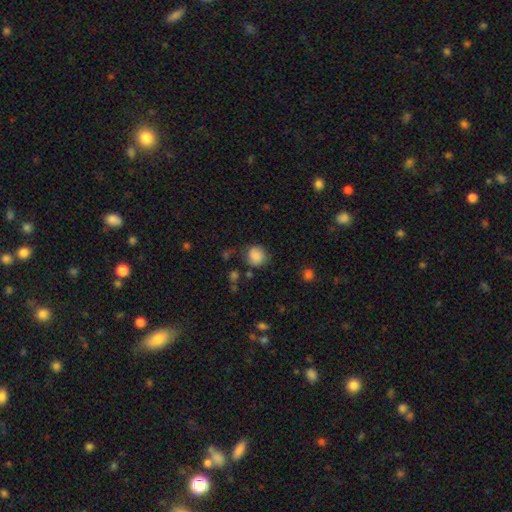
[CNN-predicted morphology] smooth 86%, star or artifact 9%, featured or disk 5%. Down the decision tree: how rounded — round (86%); merging — none (73%).